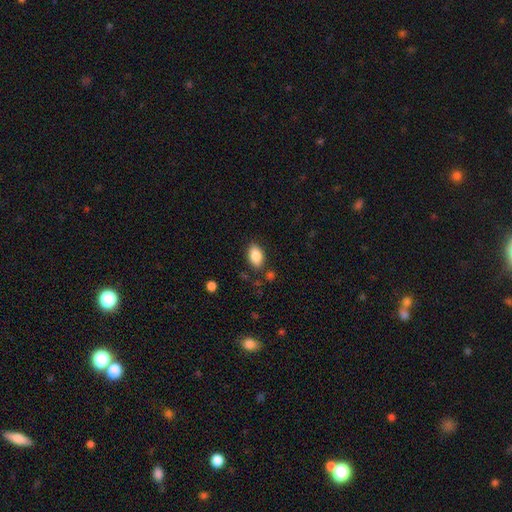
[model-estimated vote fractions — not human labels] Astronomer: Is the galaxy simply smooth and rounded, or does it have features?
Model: smooth — 87%.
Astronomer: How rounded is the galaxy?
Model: in between — 91%.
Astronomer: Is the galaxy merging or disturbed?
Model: none — 82%.